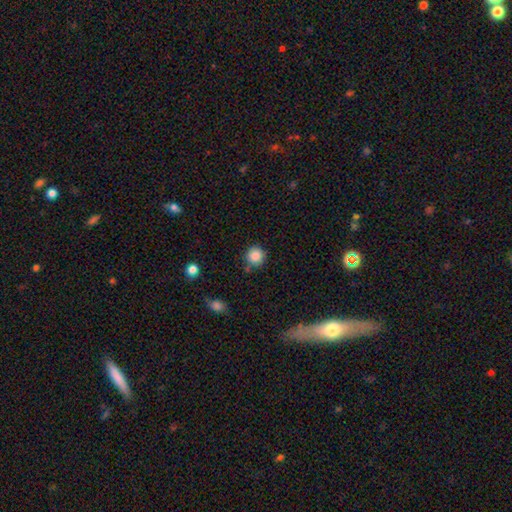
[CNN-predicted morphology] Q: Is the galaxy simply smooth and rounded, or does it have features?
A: smooth — 86%.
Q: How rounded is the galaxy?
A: round — 93%.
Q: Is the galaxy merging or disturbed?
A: none — 81%.